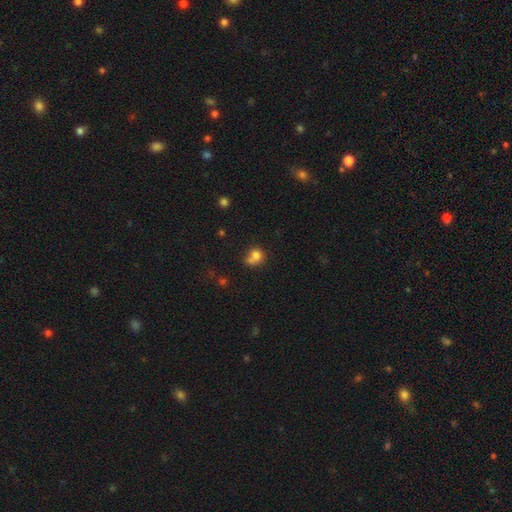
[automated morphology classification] Overall: smooth (76%). How rounded: round (70%). Merging: merger (38%; none 36%).